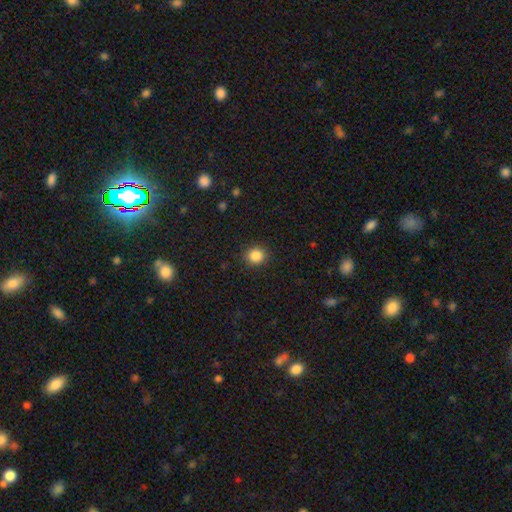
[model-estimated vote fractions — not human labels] smooth_or_featured: smooth (p=0.86) [alt: star or artifact p=0.10]
how_rounded: round (p=0.86) [alt: in between p=0.13]
merging: none (p=0.90) [alt: minor disturbance p=0.07]